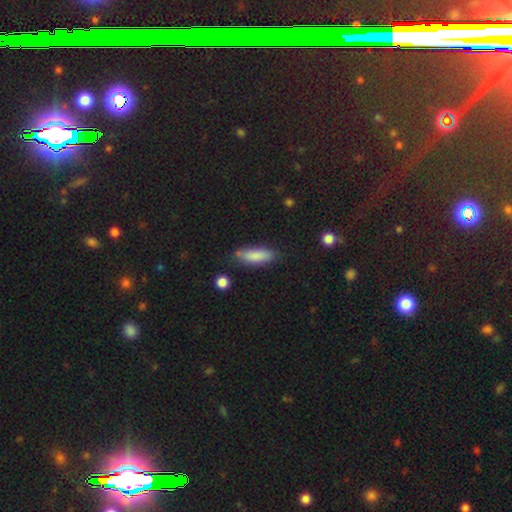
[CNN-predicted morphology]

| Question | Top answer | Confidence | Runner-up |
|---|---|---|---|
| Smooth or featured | smooth | 84% | featured or disk (9%) |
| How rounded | in between | 55% | cigar-shaped (43%) |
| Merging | none | 75% | minor disturbance (17%) |